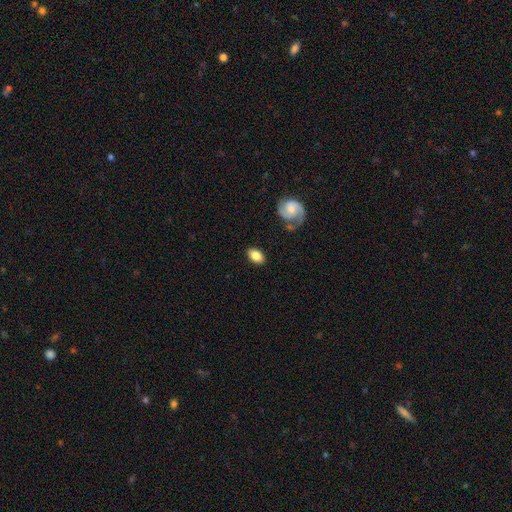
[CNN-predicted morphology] smooth_or_featured: smooth (p=0.78) [alt: featured or disk p=0.15]
how_rounded: in between (p=0.88) [alt: round p=0.10]
merging: none (p=0.83) [alt: minor disturbance p=0.11]